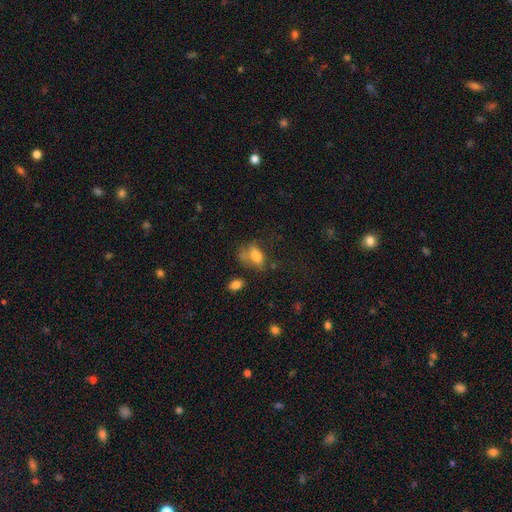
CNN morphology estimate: Q: Smooth or featured?
A: smooth (75%); runner-up: featured or disk (15%)
Q: How rounded?
A: in between (86%); runner-up: round (10%)
Q: Merging?
A: none (38%); runner-up: minor disturbance (25%)